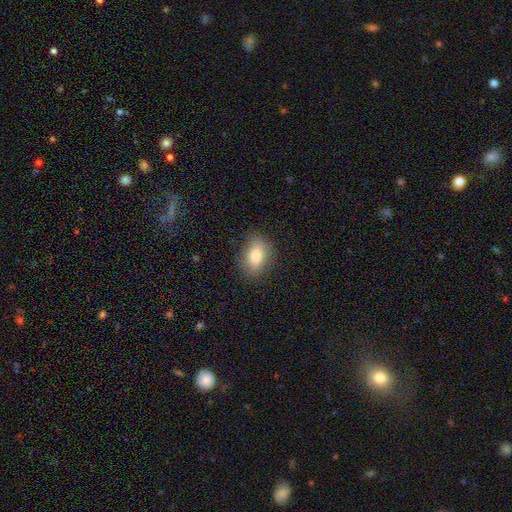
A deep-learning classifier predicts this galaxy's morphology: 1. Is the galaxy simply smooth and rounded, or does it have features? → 81% smooth, 10% featured or disk, 8% star or artifact.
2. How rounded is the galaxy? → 77% in between, 21% round, 3% cigar-shaped.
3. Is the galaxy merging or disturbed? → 81% none, 14% minor disturbance, 4% major disturbance, 1% merger.